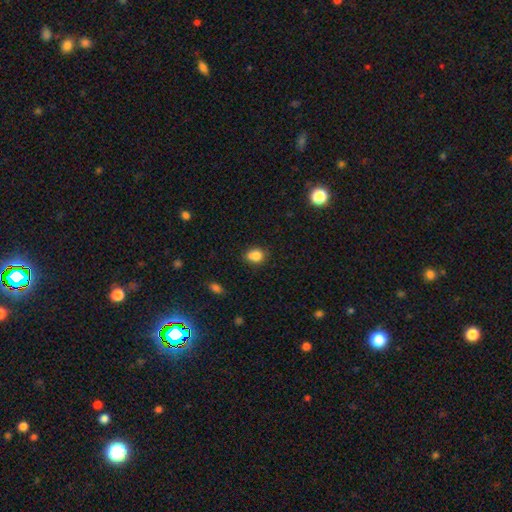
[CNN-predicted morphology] Smooth or featured? Predicted: smooth (p=0.82). How rounded? Predicted: in between (p=0.50). Merging? Predicted: none (p=0.66).